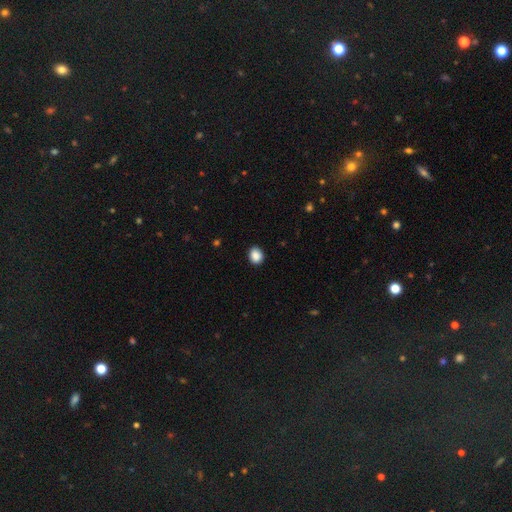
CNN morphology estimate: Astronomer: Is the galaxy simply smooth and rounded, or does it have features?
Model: smooth — 89%.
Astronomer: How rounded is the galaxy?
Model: round — 57% (runner-up: in between, 42%).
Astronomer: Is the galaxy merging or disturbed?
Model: none — 88%.